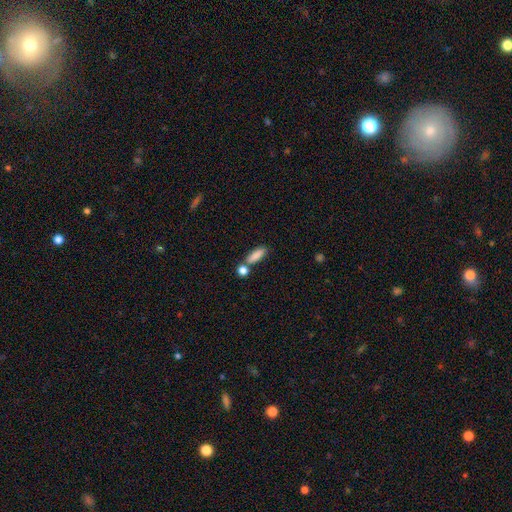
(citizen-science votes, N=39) smooth_or_featured: smooth (p=0.79) [alt: featured or disk p=0.10]
how_rounded: in between (p=0.68) [alt: cigar-shaped p=0.32]
merging: none (p=0.77) [alt: merger p=0.17]